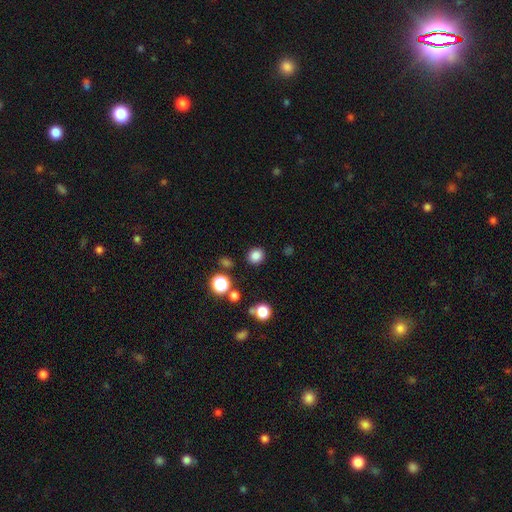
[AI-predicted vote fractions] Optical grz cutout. It shows a smooth galaxy with no disk features (83%) that is round (86%). Merging: none (89%).